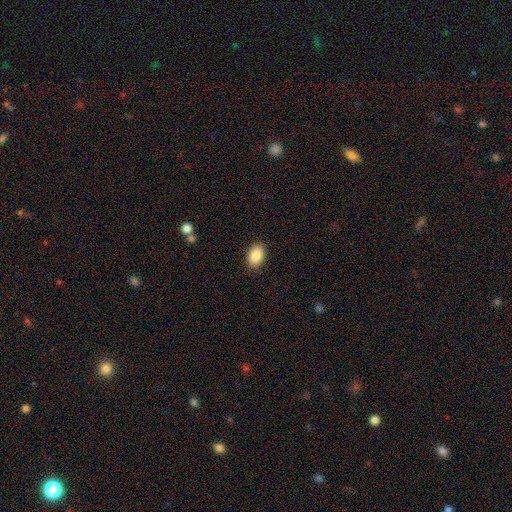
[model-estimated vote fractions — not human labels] Smooth or featured? smooth (88%)
How rounded? in between (90%)
Merging? none (88%)